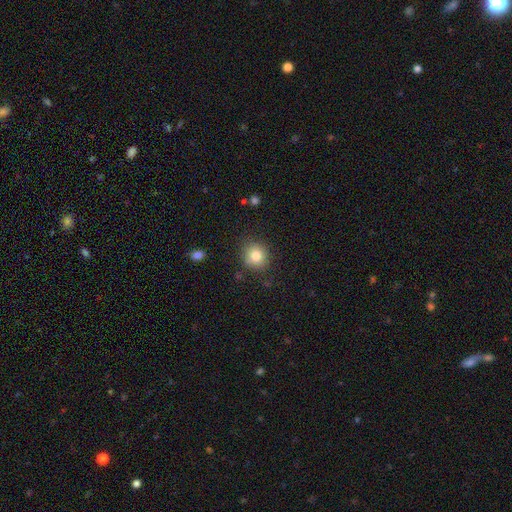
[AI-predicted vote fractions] Smooth or featured? Predicted: smooth (p=0.81). How rounded? Predicted: round (p=0.84). Merging? Predicted: none (p=0.84).